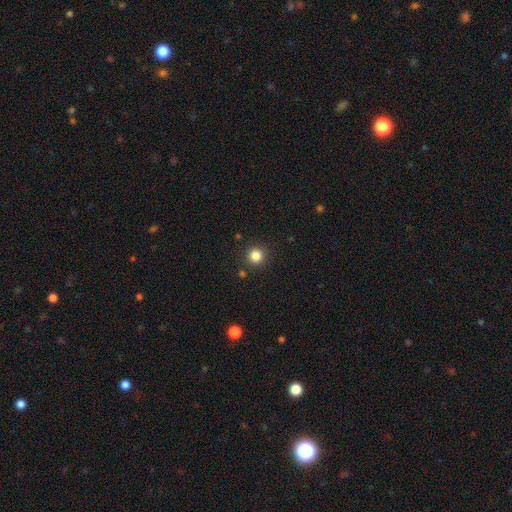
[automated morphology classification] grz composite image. It shows a smooth galaxy with no disk features (84%) that is round (94%). Merging: none (89%).